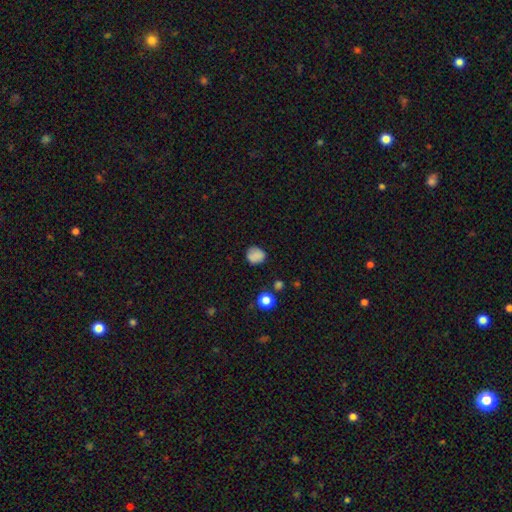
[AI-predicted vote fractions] Q: Smooth or featured?
A: smooth (83%); runner-up: star or artifact (11%)
Q: How rounded?
A: round (76%); runner-up: in between (23%)
Q: Merging?
A: none (76%); runner-up: minor disturbance (18%)